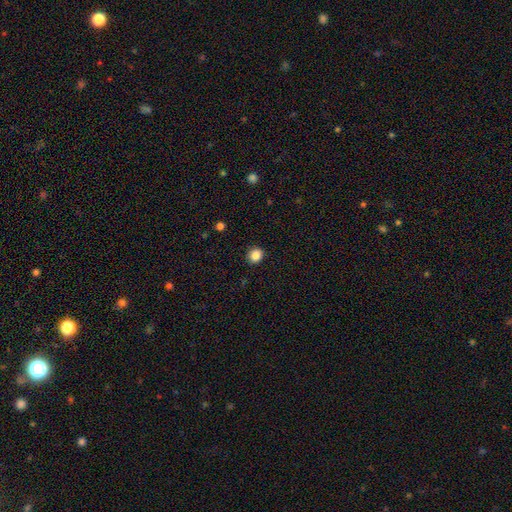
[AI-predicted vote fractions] smooth 86%, star or artifact 10%, featured or disk 4%. Down the decision tree: how rounded — round (78%); merging — none (90%).